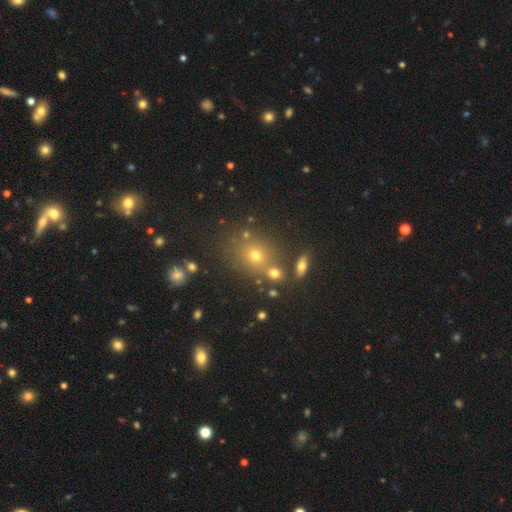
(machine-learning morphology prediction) Smooth or featured: smooth — 62% (star or artifact — 25%)
How rounded: round — 71% (in between — 27%)
Merging: none — 71% (merger — 15%)